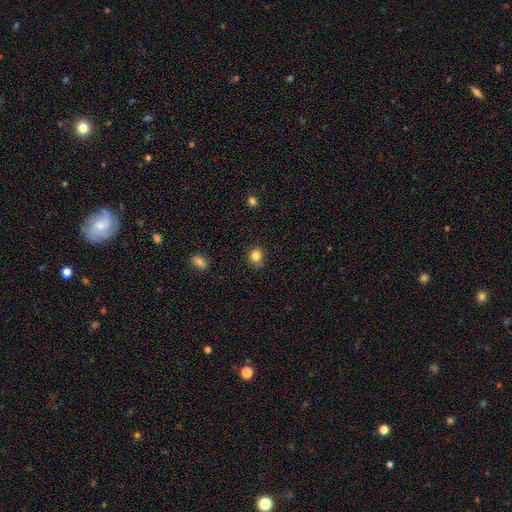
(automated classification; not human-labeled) Smooth or featured? Predicted: smooth (p=0.83). How rounded? Predicted: round (p=0.70). Merging? Predicted: none (p=0.74).